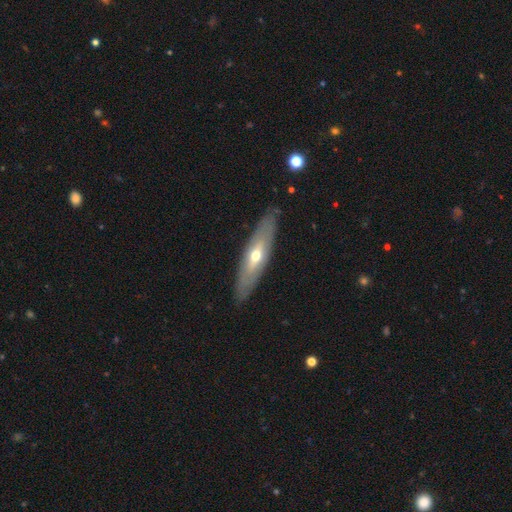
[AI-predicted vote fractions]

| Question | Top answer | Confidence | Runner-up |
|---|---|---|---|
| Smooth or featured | featured or disk | 60% | smooth (33%) |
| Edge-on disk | yes | 58% | no (42%) |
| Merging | none | 87% | minor disturbance (10%) |